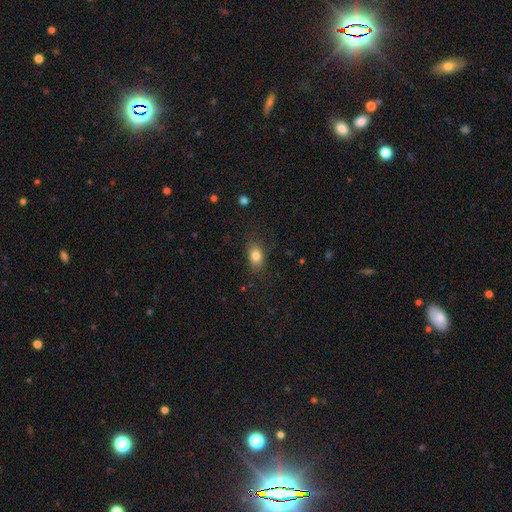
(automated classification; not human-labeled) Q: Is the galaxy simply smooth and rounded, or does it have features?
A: smooth — 82%.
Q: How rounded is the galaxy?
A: in between — 81%.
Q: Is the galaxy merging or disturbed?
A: none — 81%.